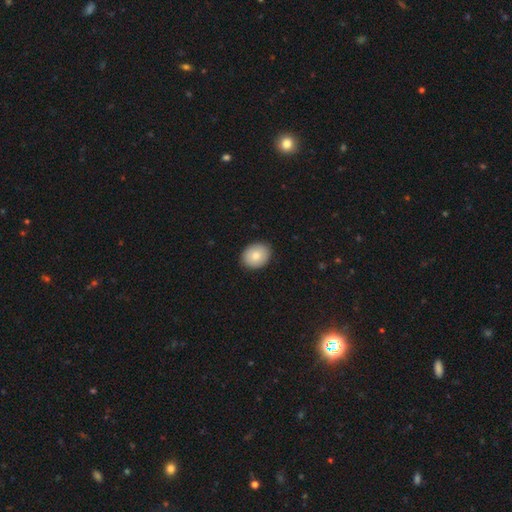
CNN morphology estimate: Smooth or featured? Predicted: smooth (p=0.81). How rounded? Predicted: round (p=0.55). Merging? Predicted: none (p=0.90).